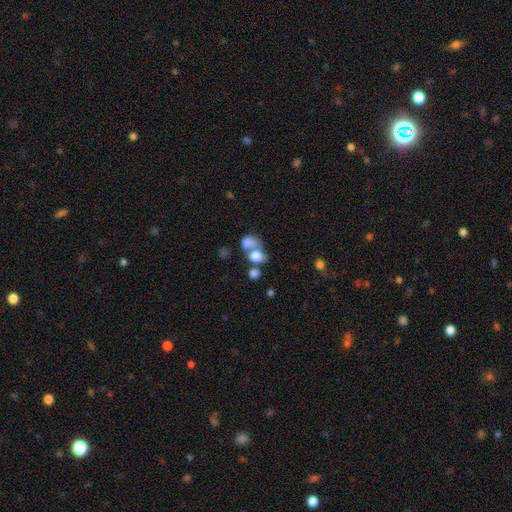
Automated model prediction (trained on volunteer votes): The model was most divided on "how rounded": in between: 51%, round: 48%, cigar-shaped: 1%. More confident: smooth or featured — smooth (73%); merging — merger (57%).